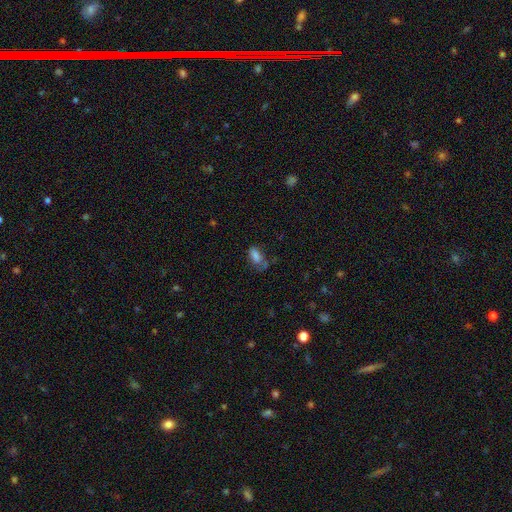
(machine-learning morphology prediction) smooth-or-featured: smooth: 77% | star or artifact: 13% | featured or disk: 11%
  how-rounded: in between: 87% | cigar-shaped: 8% | round: 5%
  merging: none: 46% | minor disturbance: 28% | major disturbance: 17% | merger: 10%